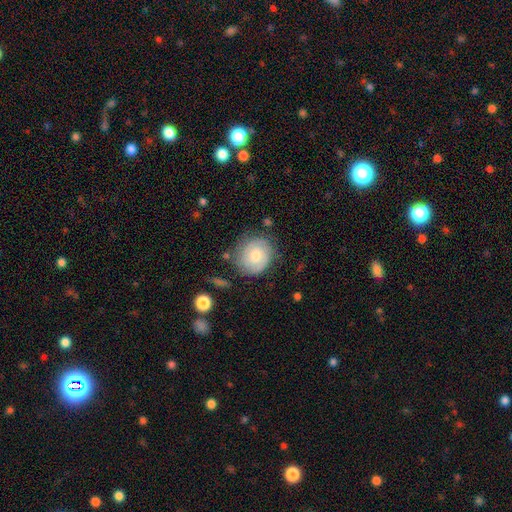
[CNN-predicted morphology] Smooth or featured: featured or disk — 61% (smooth — 32%)
Edge-on disk: no — 98% (yes — 2%)
Bar: no — 62% (weak — 33%)
Spiral arms: yes — 90% (no — 10%)
Spiral winding: tight — 65% (medium — 27%)
Spiral arm count: 2 — 59% (can't tell — 22%)
Bulge size: moderate — 56% (small — 28%)
Merging: none — 74% (minor disturbance — 17%)